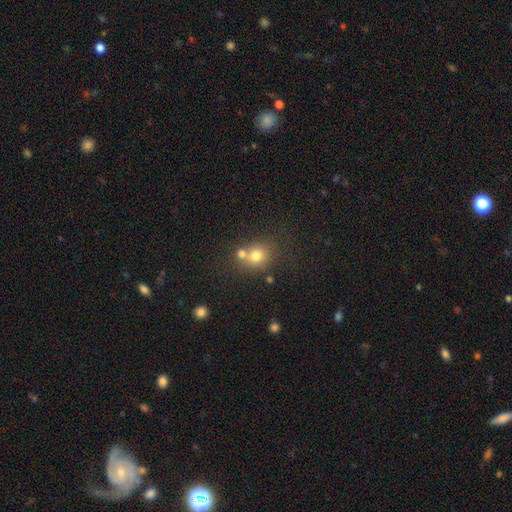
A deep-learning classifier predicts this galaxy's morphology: Smooth or featured: smooth — 74% (star or artifact — 14%)
How rounded: round — 77% (in between — 22%)
Merging: none — 48% (merger — 39%)